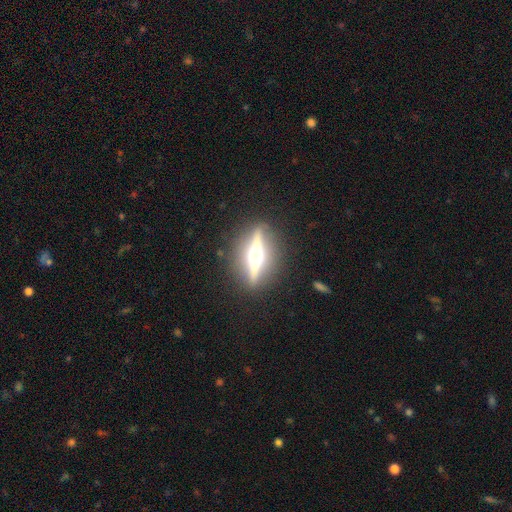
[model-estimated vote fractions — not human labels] featured or disk 81%, smooth 13%, star or artifact 6%. Down the decision tree: edge-on disk — yes (94%); edge-on bulge — rounded (94%); merging — none (88%).